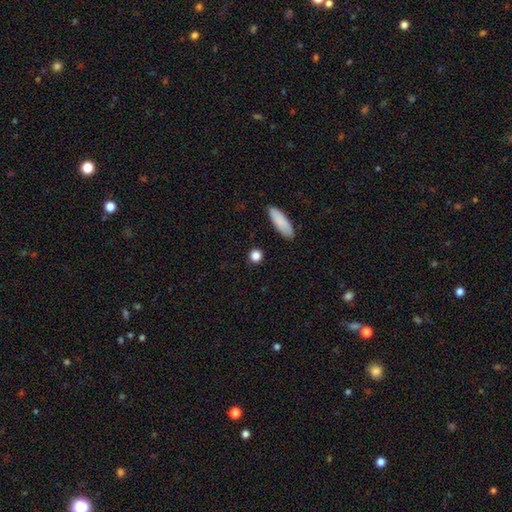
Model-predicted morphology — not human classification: Smooth or featured? Predicted: smooth (p=0.85). How rounded? Predicted: round (p=0.82). Merging? Predicted: none (p=0.88).